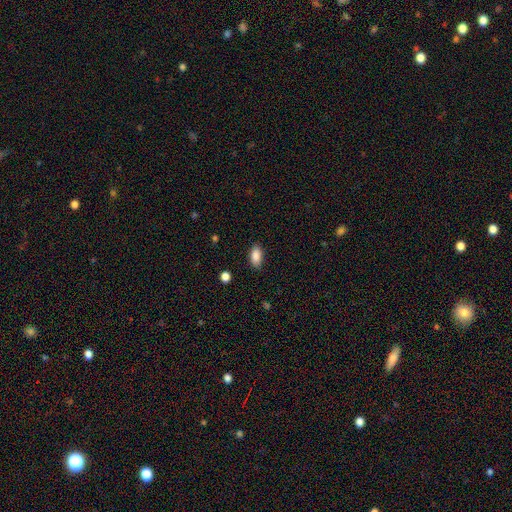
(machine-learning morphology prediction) A smooth galaxy with no disk features (88%) that is in between round and cigar-shaped (91%).

Vote fractions:
- Smooth or featured? smooth: 88% / star or artifact: 7% / featured or disk: 5%
- How rounded? in between: 91% / cigar-shaped: 6% / round: 3%
- Merging? none: 88% / minor disturbance: 8% / major disturbance: 2% / merger: 1%